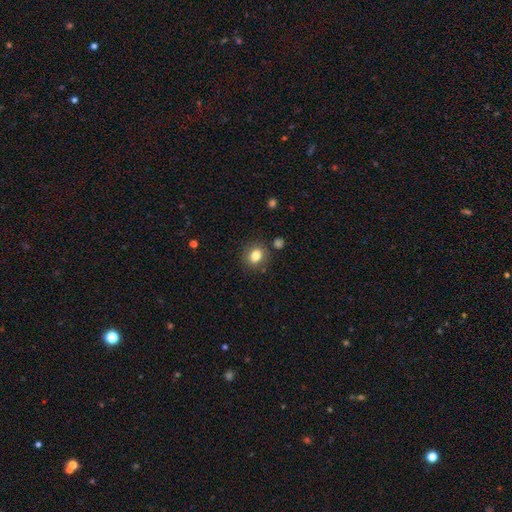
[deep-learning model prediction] A smooth galaxy with no disk features (81%) that is round (58%).

Vote fractions:
- Smooth or featured? smooth: 81% / star or artifact: 11% / featured or disk: 8%
- How rounded? round: 58% / in between: 41% / cigar-shaped: 1%
- Merging? none: 83% / minor disturbance: 10% / merger: 3% / major disturbance: 3%